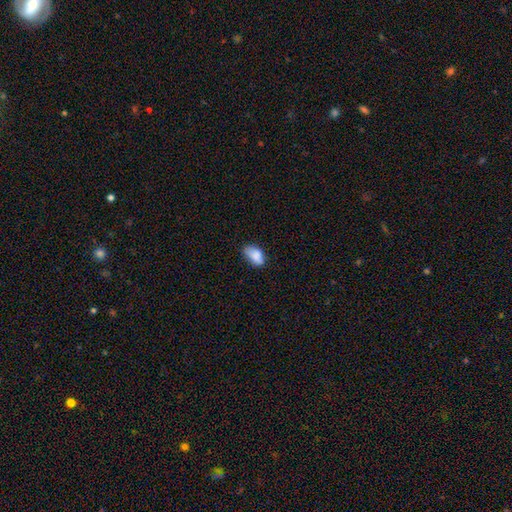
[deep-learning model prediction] smooth-or-featured: smooth: 84% | star or artifact: 8% | featured or disk: 8%
  how-rounded: in between: 91% | round: 7% | cigar-shaped: 2%
  merging: none: 56% | minor disturbance: 33% | major disturbance: 7% | merger: 3%